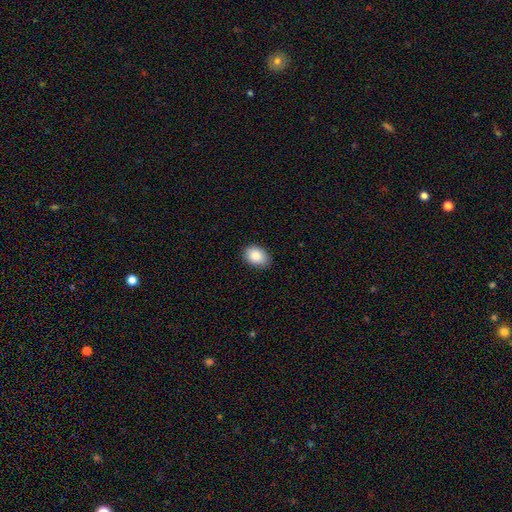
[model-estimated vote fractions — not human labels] Smooth or featured?
  - smooth: 87% *
  - star or artifact: 7%
  - featured or disk: 5%
How rounded?
  - in between: 79% *
  - round: 20%
  - cigar-shaped: 1%
Merging?
  - none: 86% *
  - minor disturbance: 11%
  - major disturbance: 2%
  - merger: 1%